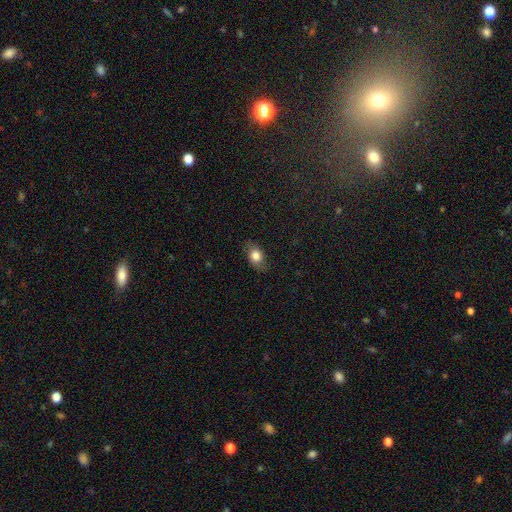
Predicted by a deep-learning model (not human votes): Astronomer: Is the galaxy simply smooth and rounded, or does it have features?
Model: smooth — 77%.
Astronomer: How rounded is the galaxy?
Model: in between — 80%.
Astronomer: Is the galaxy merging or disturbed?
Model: none — 79%.